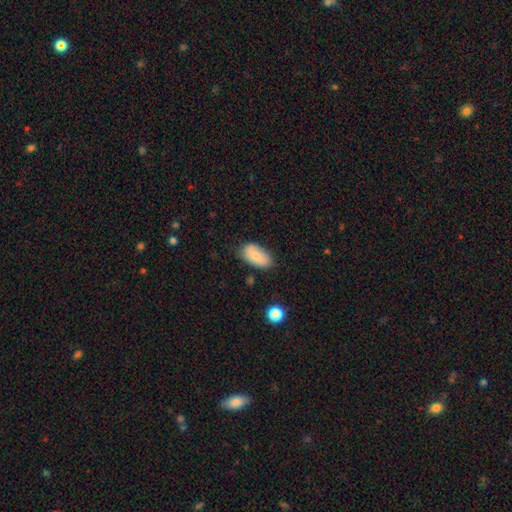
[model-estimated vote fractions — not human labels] A smooth galaxy with no disk features (75%) that is in between round and cigar-shaped (94%). Merging: none (72%).